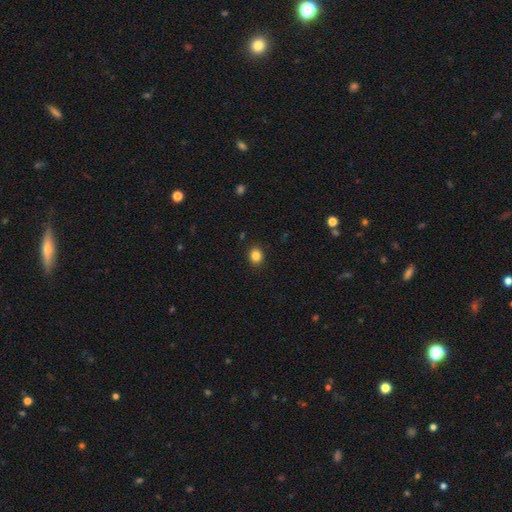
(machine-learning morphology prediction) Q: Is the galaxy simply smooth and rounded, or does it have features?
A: smooth — 84%.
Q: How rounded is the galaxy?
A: round — 77%.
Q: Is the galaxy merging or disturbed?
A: none — 91%.